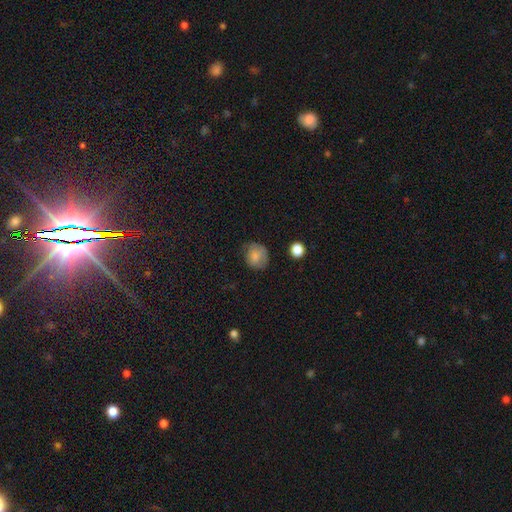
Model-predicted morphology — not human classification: type=smooth (77%); roundness=round (75%); merging=none (62%).